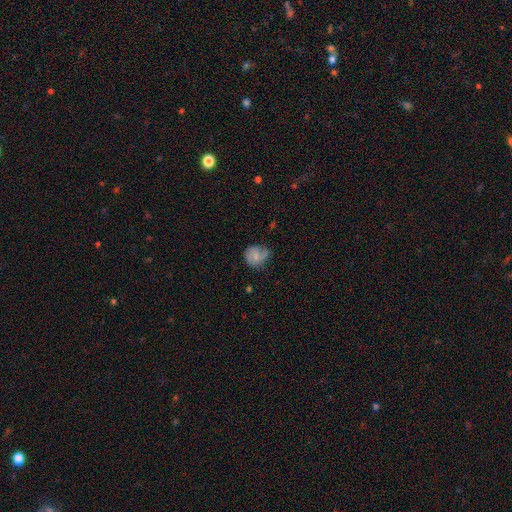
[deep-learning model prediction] Smooth or featured: smooth — 47% (featured or disk — 45%)
Merging: none — 53% (minor disturbance — 30%)